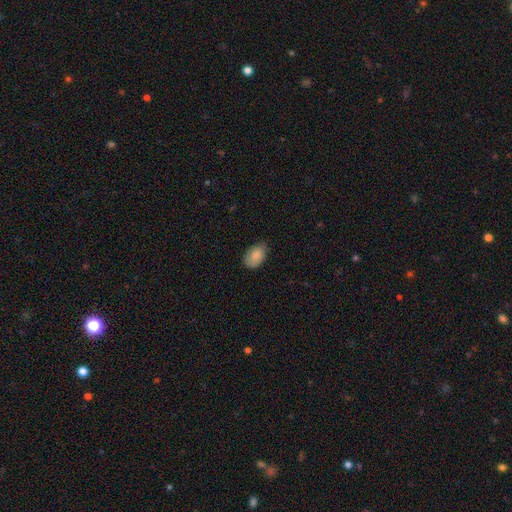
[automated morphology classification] A smooth galaxy with no disk features (86%) that is in between round and cigar-shaped (89%). Merging: none (69%).